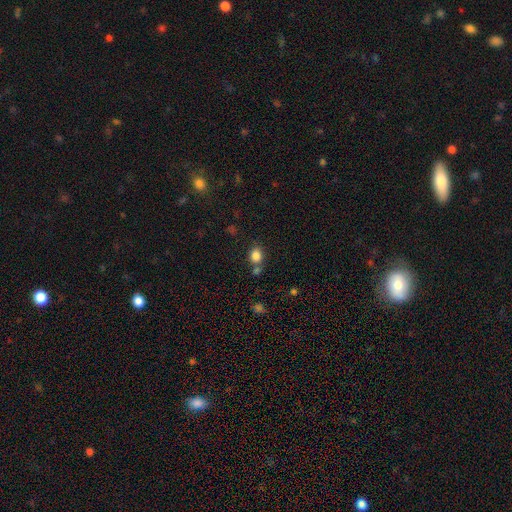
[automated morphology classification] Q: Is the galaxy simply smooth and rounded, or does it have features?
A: smooth — 83%.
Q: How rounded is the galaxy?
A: round — 54%.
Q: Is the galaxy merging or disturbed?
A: none — 63%.